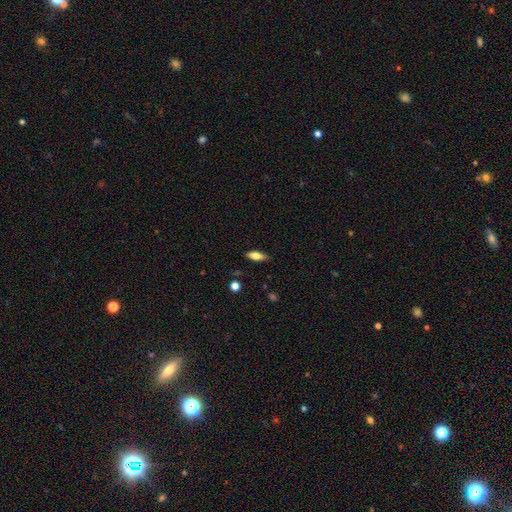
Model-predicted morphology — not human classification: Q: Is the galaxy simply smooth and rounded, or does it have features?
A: smooth — 67%.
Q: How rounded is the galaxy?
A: in between — 65%.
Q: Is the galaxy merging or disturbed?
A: none — 84%.